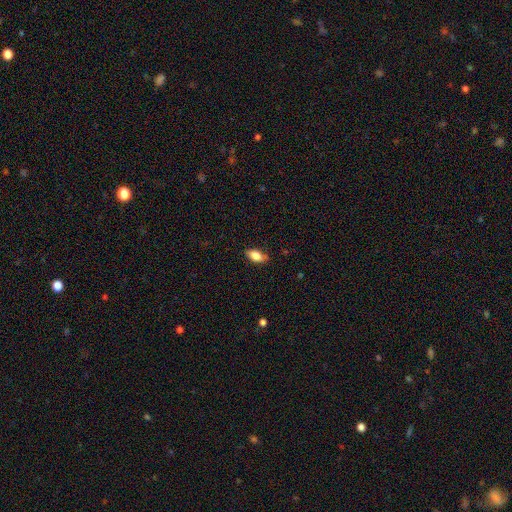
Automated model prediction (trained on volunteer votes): This appears to be a smooth galaxy with no disk features (79%) that is in between round and cigar-shaped (87%). Merging: none (79%).